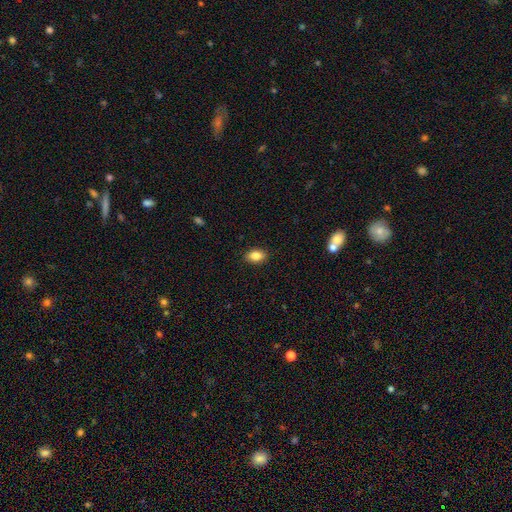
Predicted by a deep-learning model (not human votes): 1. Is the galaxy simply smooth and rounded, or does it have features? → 86% smooth, 8% star or artifact, 5% featured or disk.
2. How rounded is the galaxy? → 87% in between, 12% round, 2% cigar-shaped.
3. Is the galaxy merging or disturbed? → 89% none, 8% minor disturbance, 2% major disturbance, 1% merger.